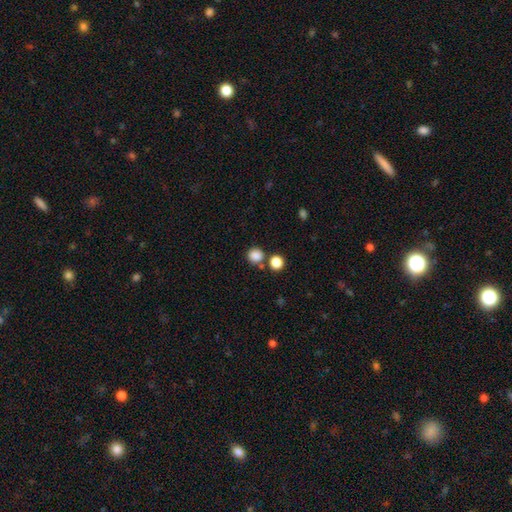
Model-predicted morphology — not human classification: Smooth or featured? smooth (85%)
How rounded? round (89%)
Merging? none (73%)